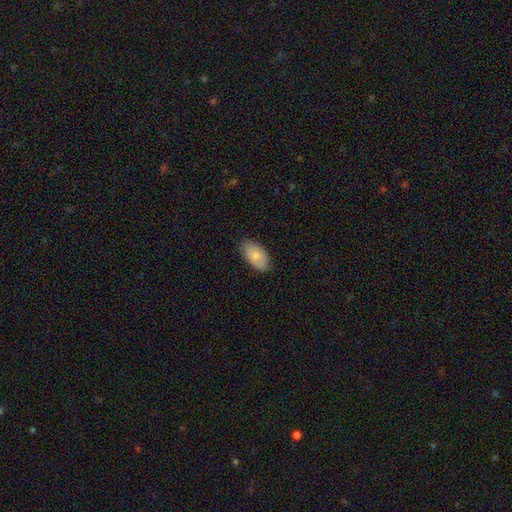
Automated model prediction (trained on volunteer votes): Smooth or featured? smooth (82%)
How rounded? in between (95%)
Merging? none (83%)